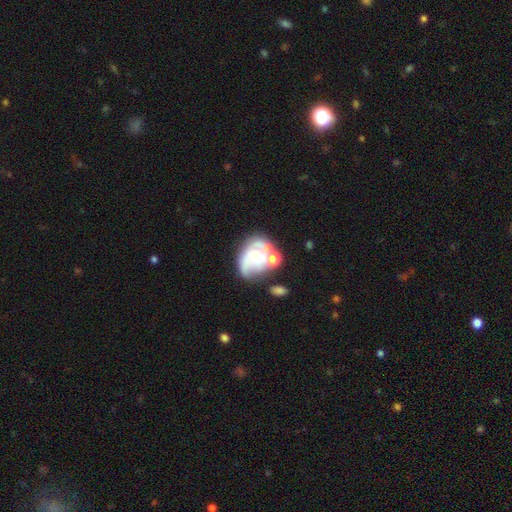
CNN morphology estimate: This is likely a featured or disk galaxy (65%). It is clearly not viewed edge-on (97%). Bar: likely no (76%). Spiral arm pattern: possibly yes (52%). Central bulge: possibly moderate (49%). Merging: marginally none (33%).